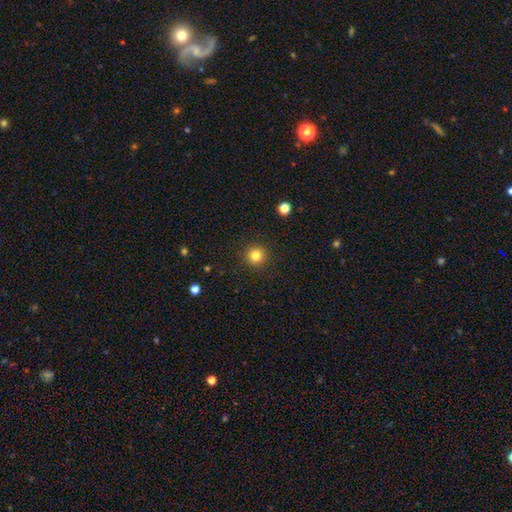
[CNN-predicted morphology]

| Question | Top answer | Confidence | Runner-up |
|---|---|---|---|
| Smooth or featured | smooth | 82% | star or artifact (13%) |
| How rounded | round | 95% | in between (4%) |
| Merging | none | 92% | minor disturbance (5%) |